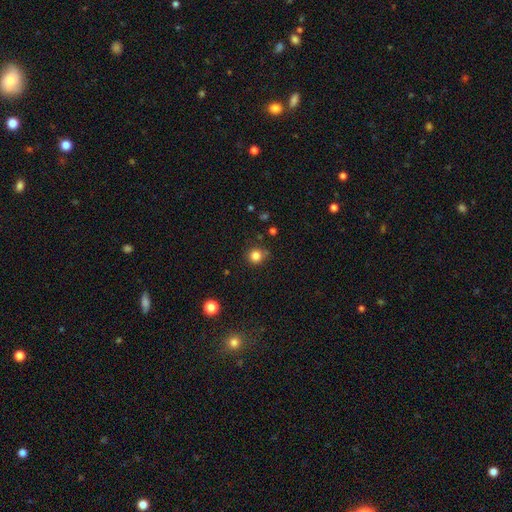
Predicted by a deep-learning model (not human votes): Smooth or featured?
  - smooth: 83% *
  - star or artifact: 13%
  - featured or disk: 5%
How rounded?
  - round: 91% *
  - in between: 8%
  - cigar-shaped: 1%
Merging?
  - none: 80% *
  - minor disturbance: 14%
  - major disturbance: 3%
  - merger: 3%